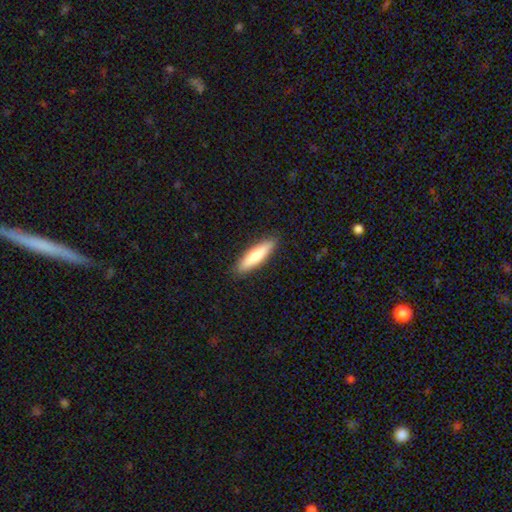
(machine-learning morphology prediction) This is likely a smooth galaxy (74%). How rounded: likely cigar-shaped (76%). Merging: clearly none (90%).